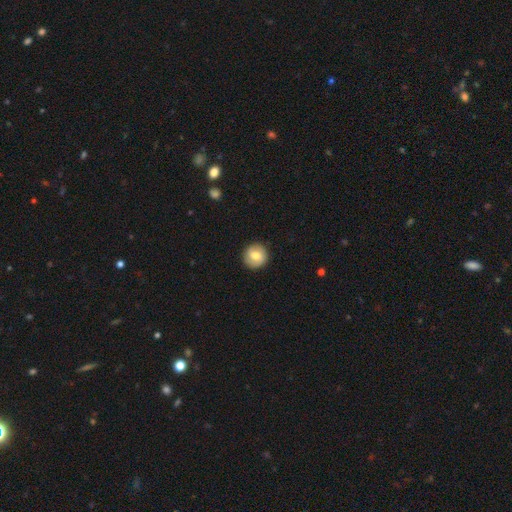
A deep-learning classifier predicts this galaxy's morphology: This appears to be a smooth galaxy with no disk features (71%) that is round (93%). Merging: none (89%).